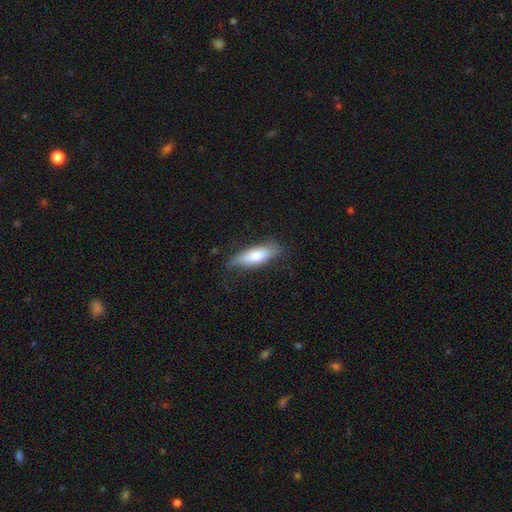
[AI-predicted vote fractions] Smooth or featured? Predicted: smooth (p=0.73). How rounded? Predicted: in between (p=0.53). Merging? Predicted: none (p=0.67).